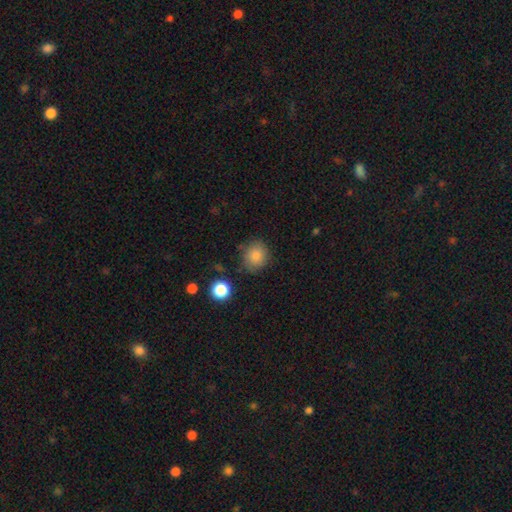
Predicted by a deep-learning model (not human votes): smooth_or_featured: smooth (p=0.84) [alt: star or artifact p=0.10]
how_rounded: round (p=0.84) [alt: in between p=0.15]
merging: none (p=0.80) [alt: minor disturbance p=0.14]